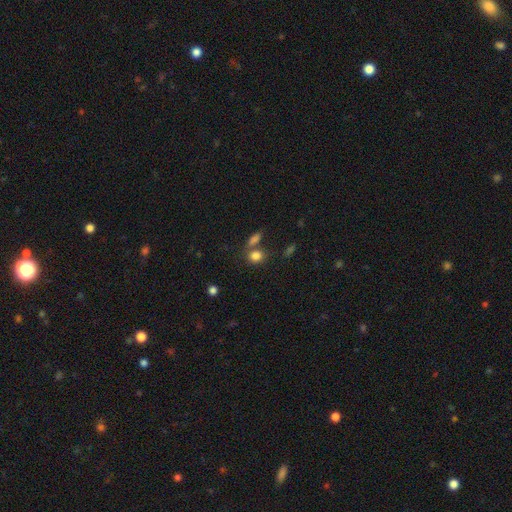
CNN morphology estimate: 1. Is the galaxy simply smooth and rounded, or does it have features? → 82% smooth, 11% star or artifact, 7% featured or disk.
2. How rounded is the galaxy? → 52% round, 46% in between, 2% cigar-shaped.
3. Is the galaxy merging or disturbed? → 54% none, 28% merger, 12% minor disturbance, 5% major disturbance.